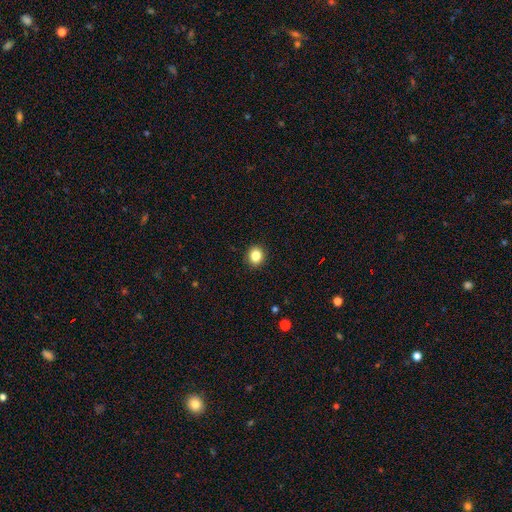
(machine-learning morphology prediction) Smooth or featured? smooth (85%)
How rounded? round (73%)
Merging? none (92%)